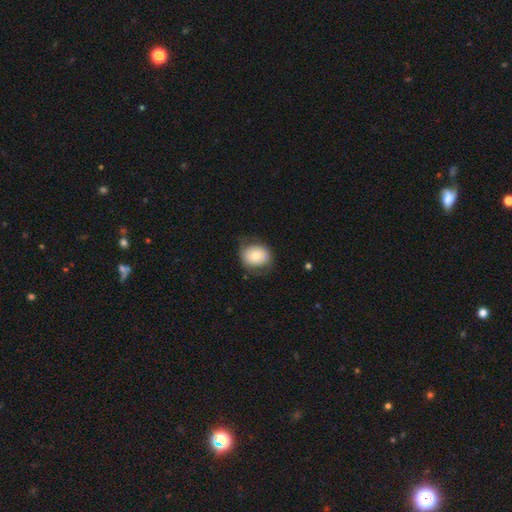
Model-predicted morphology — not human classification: smooth 67%, featured or disk 25%, star or artifact 7%. Down the decision tree: how rounded — round (64%); merging — none (68%).